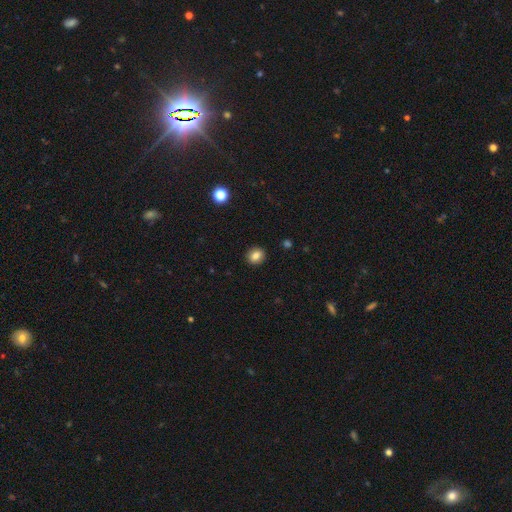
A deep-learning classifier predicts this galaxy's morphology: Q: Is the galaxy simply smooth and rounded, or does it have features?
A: smooth — 83%.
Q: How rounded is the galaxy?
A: round — 75%.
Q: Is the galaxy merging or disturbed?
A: none — 91%.